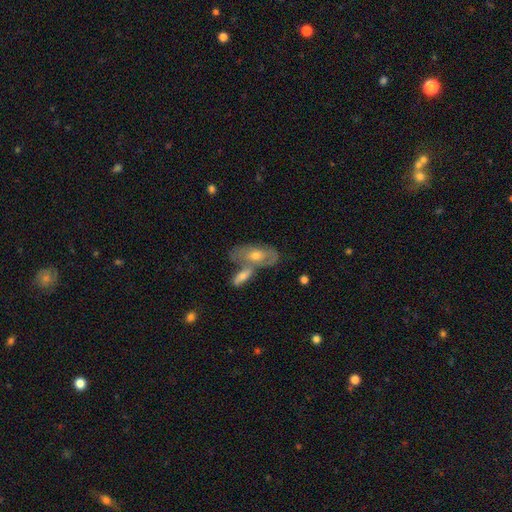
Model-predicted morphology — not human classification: A featured or disk galaxy (39%). Merging: none (45%).